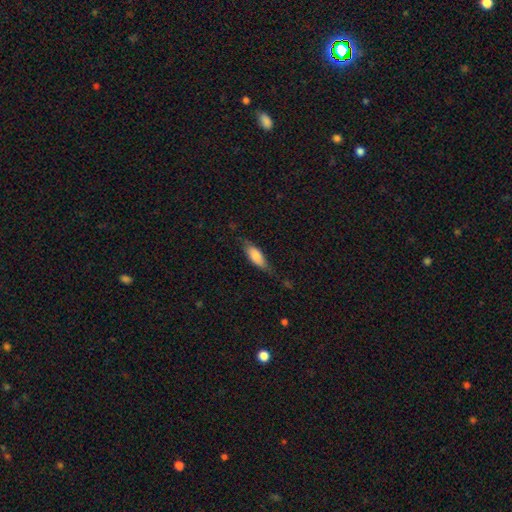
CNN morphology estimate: The model was most divided on "how rounded": in between: 66%, cigar-shaped: 32%, round: 2%. More confident: smooth or featured — smooth (76%); merging — none (65%).